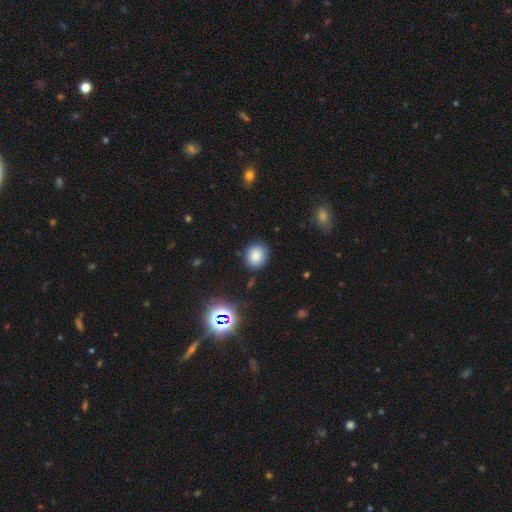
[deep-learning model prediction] Q: Smooth or featured?
A: smooth (83%); runner-up: star or artifact (13%)
Q: How rounded?
A: round (68%); runner-up: in between (31%)
Q: Merging?
A: none (84%); runner-up: minor disturbance (12%)